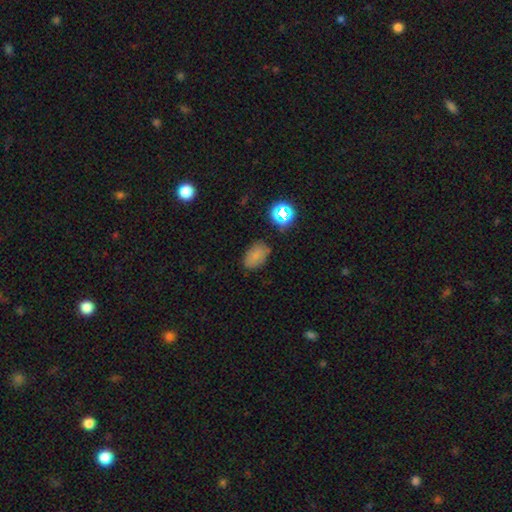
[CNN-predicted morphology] type=smooth (74%); roundness=in between (85%); merging=none (75%).